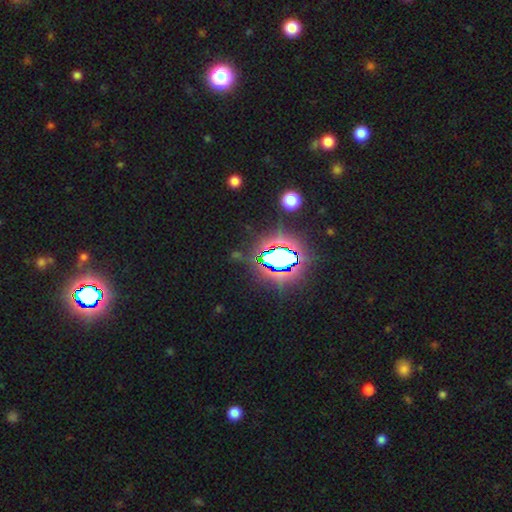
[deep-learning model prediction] Overall: star or artifact (79%).